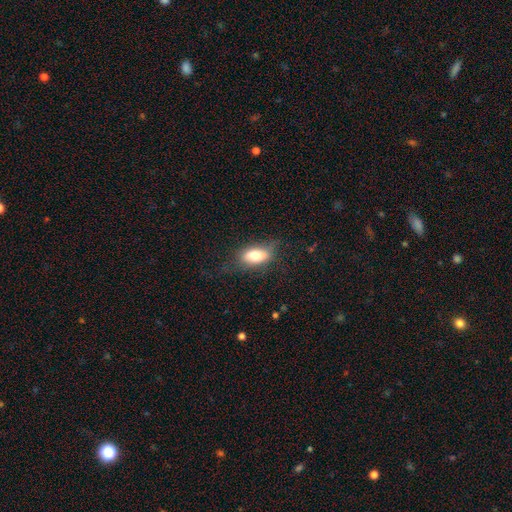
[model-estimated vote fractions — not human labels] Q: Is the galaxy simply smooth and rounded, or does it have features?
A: smooth — 75%.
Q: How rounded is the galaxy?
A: in between — 86%.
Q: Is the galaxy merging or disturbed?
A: none — 65%.